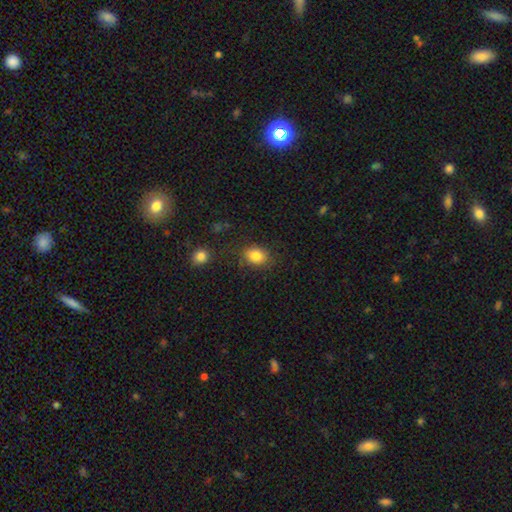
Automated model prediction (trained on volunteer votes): smooth 83%, star or artifact 10%, featured or disk 7%. Down the decision tree: how rounded — in between (58%); merging — none (78%).